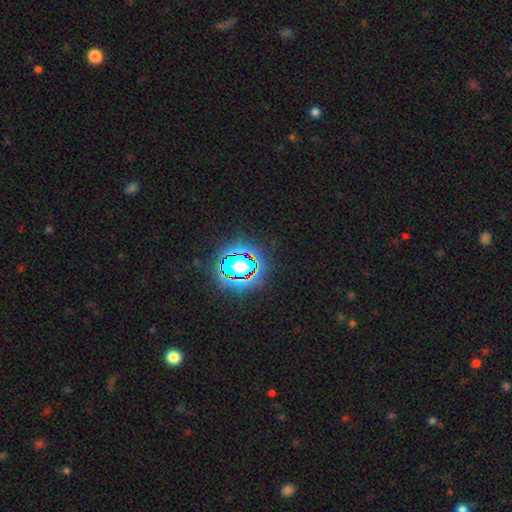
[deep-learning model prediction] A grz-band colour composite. It shows a star or artifact, not a galaxy (83%).